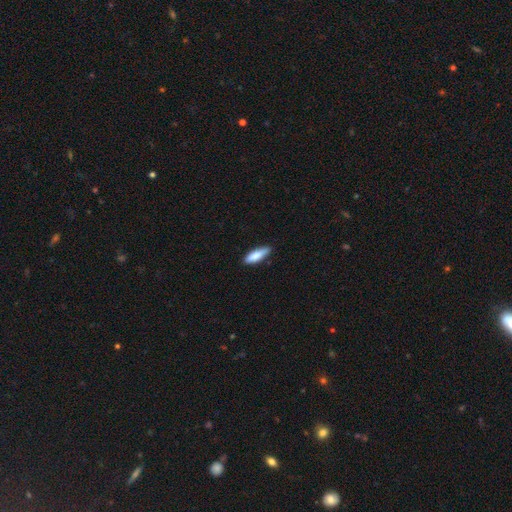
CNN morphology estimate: Smooth or featured?
  - smooth: 84% *
  - featured or disk: 10%
  - star or artifact: 6%
How rounded?
  - cigar-shaped: 52% *
  - in between: 46%
  - round: 2%
Merging?
  - none: 80% *
  - minor disturbance: 16%
  - major disturbance: 2%
  - merger: 1%